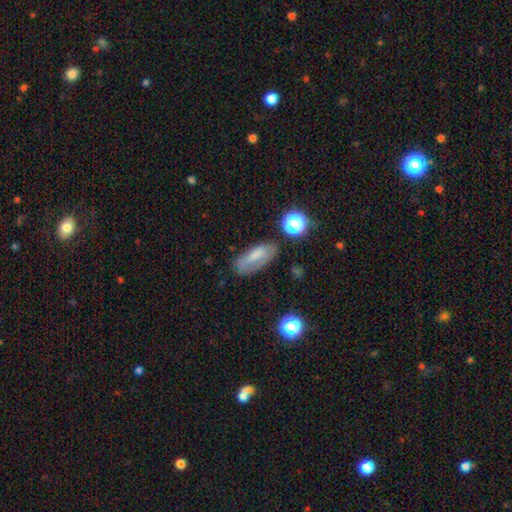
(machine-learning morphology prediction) A smooth galaxy with no disk features (65%) that is in between round and cigar-shaped (79%).

Vote fractions:
- Smooth or featured? smooth: 65% / featured or disk: 23% / star or artifact: 11%
- How rounded? in between: 79% / cigar-shaped: 17% / round: 4%
- Merging? none: 67% / minor disturbance: 22% / major disturbance: 8% / merger: 3%